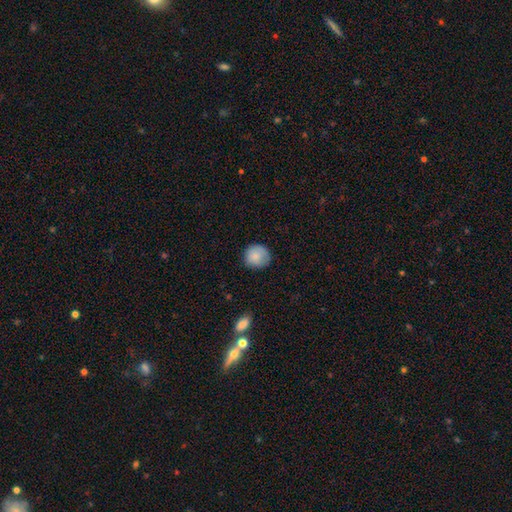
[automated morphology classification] Smooth or featured?
  - smooth: 85% *
  - star or artifact: 8%
  - featured or disk: 7%
How rounded?
  - round: 91% *
  - in between: 8%
  - cigar-shaped: 1%
Merging?
  - none: 81% *
  - minor disturbance: 15%
  - major disturbance: 3%
  - merger: 1%